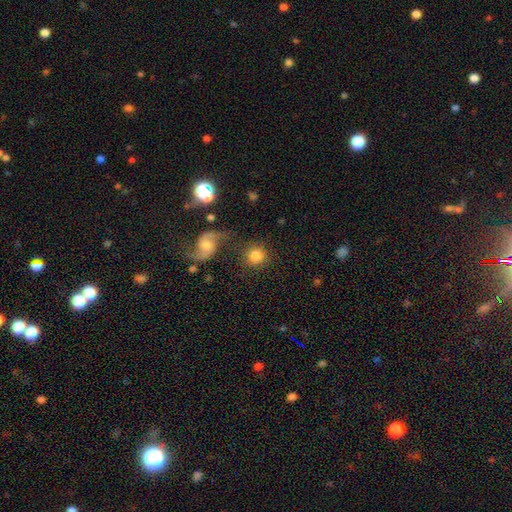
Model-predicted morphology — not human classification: smooth_or_featured: smooth (p=0.78) [alt: featured or disk p=0.13]
how_rounded: round (p=0.91) [alt: in between p=0.08]
merging: none (p=0.70) [alt: merger p=0.13]